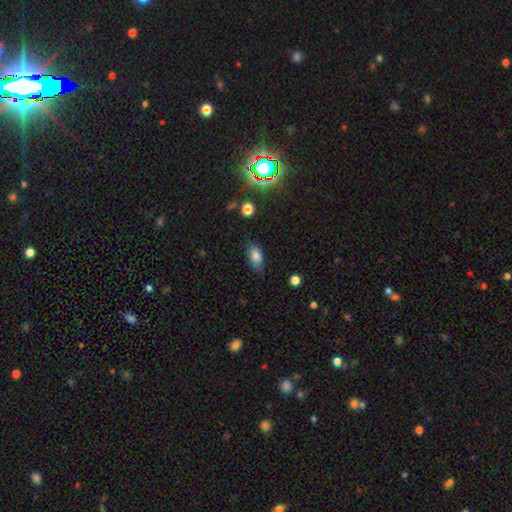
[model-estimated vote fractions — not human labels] Q: Smooth or featured?
A: smooth (79%); runner-up: featured or disk (10%)
Q: How rounded?
A: in between (89%); runner-up: round (7%)
Q: Merging?
A: none (67%); runner-up: minor disturbance (26%)